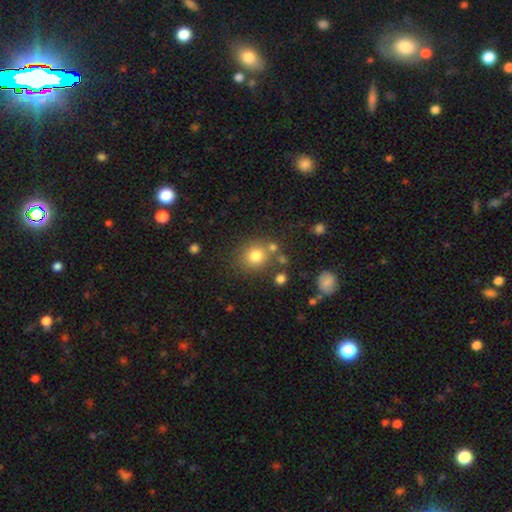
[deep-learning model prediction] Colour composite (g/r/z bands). It shows a smooth galaxy with no disk features (79%) that is round (83%). Merging: none (75%).